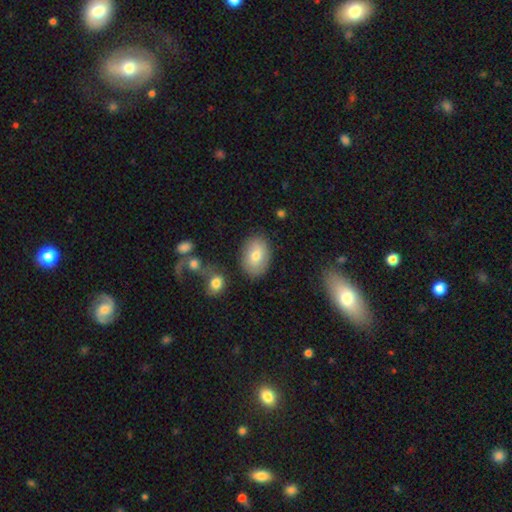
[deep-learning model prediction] Smooth or featured? smooth (73%)
How rounded? in between (82%)
Merging? none (82%)